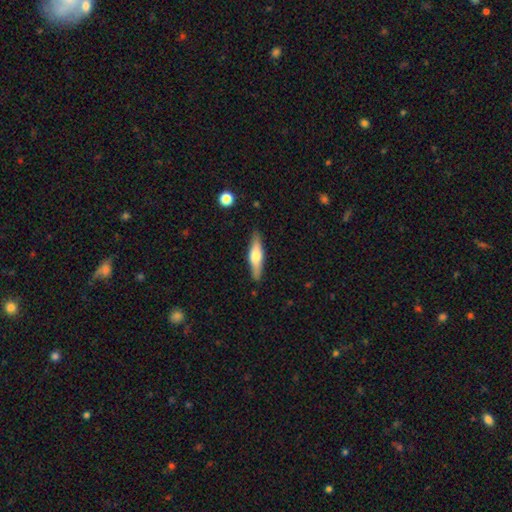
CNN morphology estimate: Smooth or featured? featured or disk (49%)
Merging? none (87%)